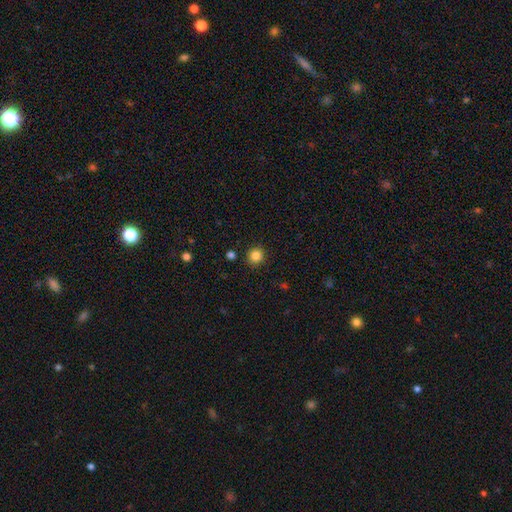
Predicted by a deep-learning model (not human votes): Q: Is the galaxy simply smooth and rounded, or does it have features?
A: smooth — 85%.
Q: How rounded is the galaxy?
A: round — 93%.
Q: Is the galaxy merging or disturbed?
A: none — 90%.